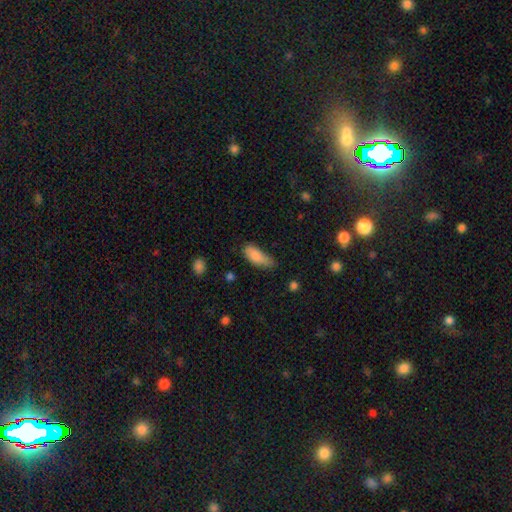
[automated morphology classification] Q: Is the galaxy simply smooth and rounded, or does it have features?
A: smooth — 85%.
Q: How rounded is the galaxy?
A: in between — 79%.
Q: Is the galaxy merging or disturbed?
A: none — 50%.